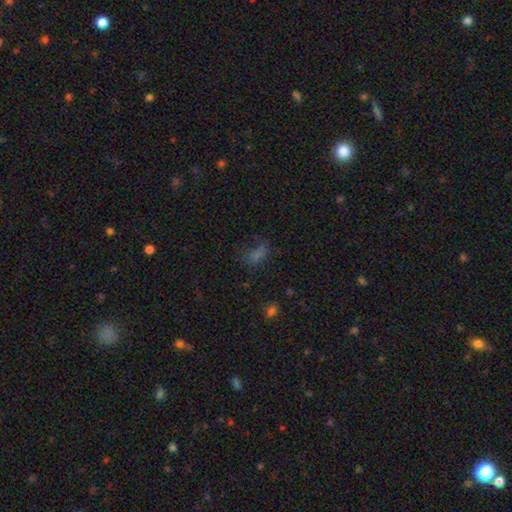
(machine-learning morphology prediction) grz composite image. It shows a smooth galaxy with no disk features (56%) that is in between round and cigar-shaped (80%). Merging: none (49%).